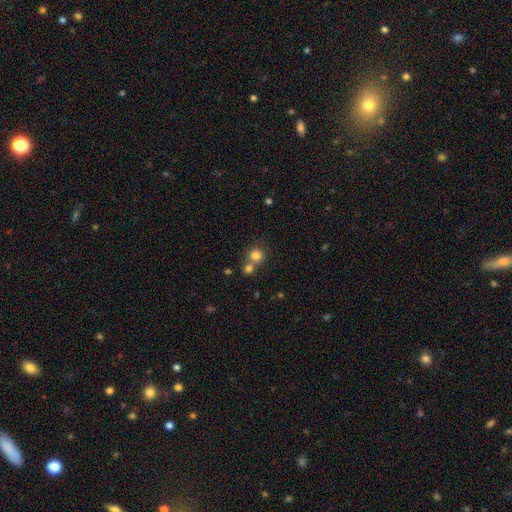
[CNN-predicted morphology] type=smooth (79%); roundness=round (90%); merging=none (54%).